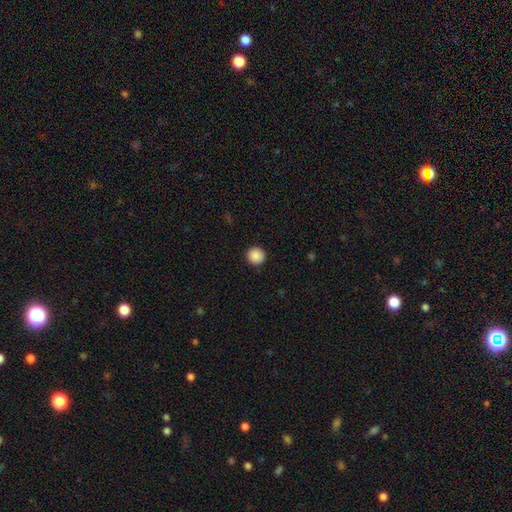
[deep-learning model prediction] smooth_or_featured: smooth (p=0.89) [alt: star or artifact p=0.09]
how_rounded: round (p=0.95) [alt: in between p=0.04]
merging: none (p=0.92) [alt: minor disturbance p=0.05]